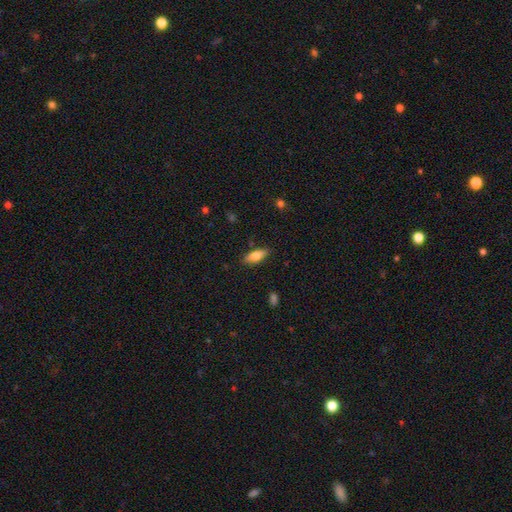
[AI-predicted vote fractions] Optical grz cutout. It shows a smooth galaxy with no disk features (73%) that is in between round and cigar-shaped (72%). Merging: none (85%).